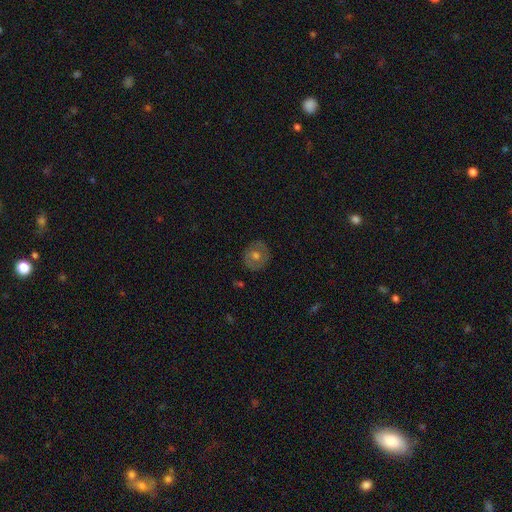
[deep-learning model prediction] The model was most divided on "smooth or featured": smooth: 50%, featured or disk: 42%, star or artifact: 9%. More confident: merging — none (86%).